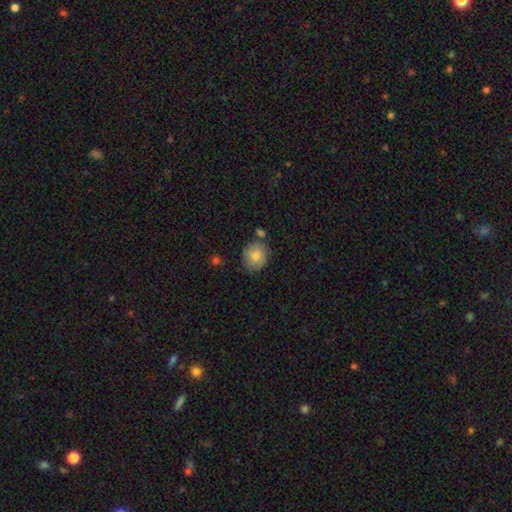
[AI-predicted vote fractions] smooth-or-featured: smooth: 84% | featured or disk: 8% | star or artifact: 7%
  how-rounded: round: 85% | in between: 14% | cigar-shaped: 1%
  merging: none: 75% | minor disturbance: 14% | merger: 7% | major disturbance: 3%